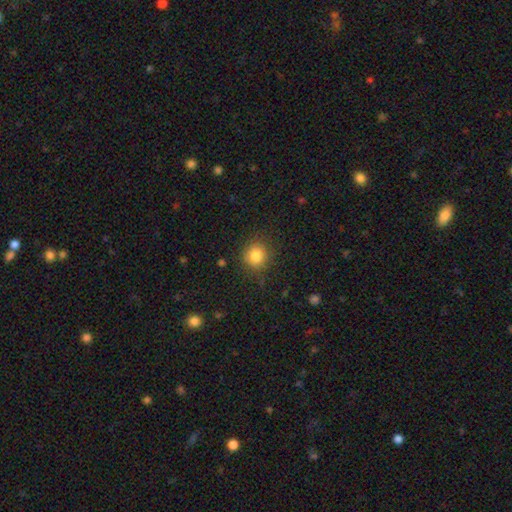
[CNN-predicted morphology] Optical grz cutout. It shows a smooth galaxy with no disk features (83%) that is round (87%). Merging: none (85%).